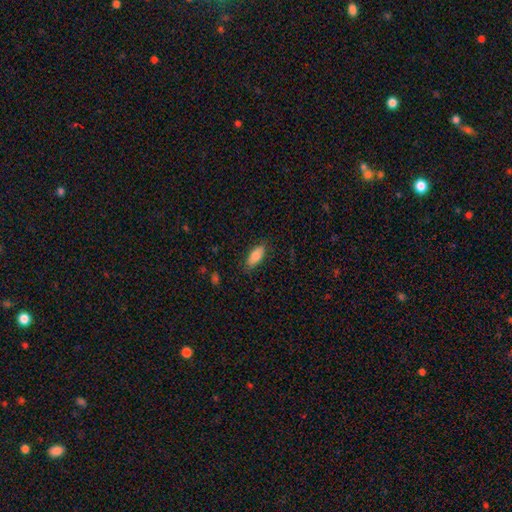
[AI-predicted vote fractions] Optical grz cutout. It shows a smooth galaxy with no disk features (80%) that is in between round and cigar-shaped (82%). Merging: none (82%).